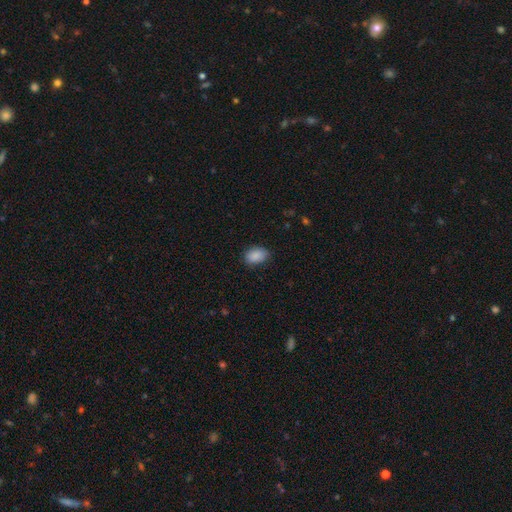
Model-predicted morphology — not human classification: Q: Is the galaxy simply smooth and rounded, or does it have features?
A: smooth — 89%.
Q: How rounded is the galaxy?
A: in between — 84%.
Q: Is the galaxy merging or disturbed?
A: none — 82%.